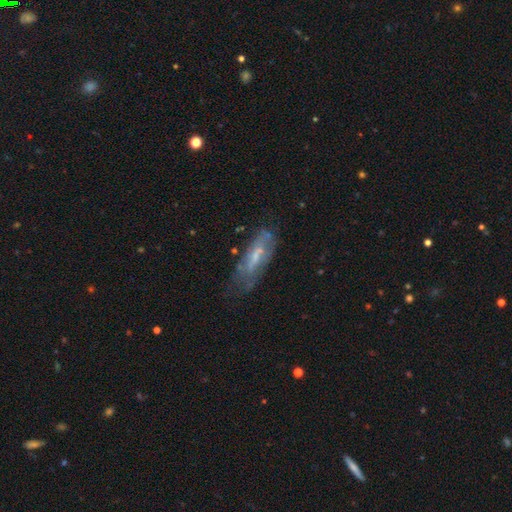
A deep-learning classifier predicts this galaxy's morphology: The model was most divided on "smooth or featured": featured or disk: 55%, smooth: 36%, star or artifact: 8%. Remaining: edge-on disk — no (74%); merging — none (49%).